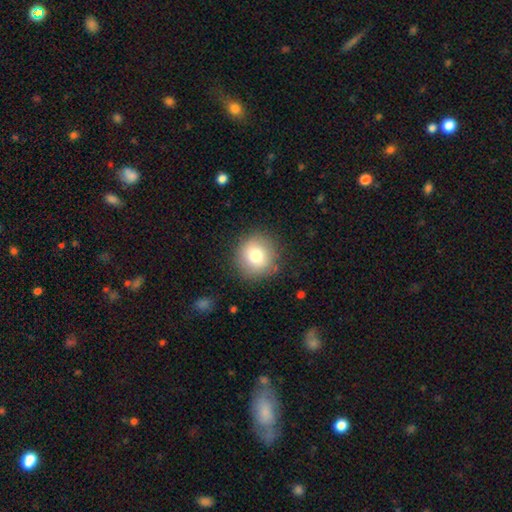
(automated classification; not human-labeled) This is likely a smooth galaxy (80%). How rounded: clearly round (92%). Merging: clearly none (87%).